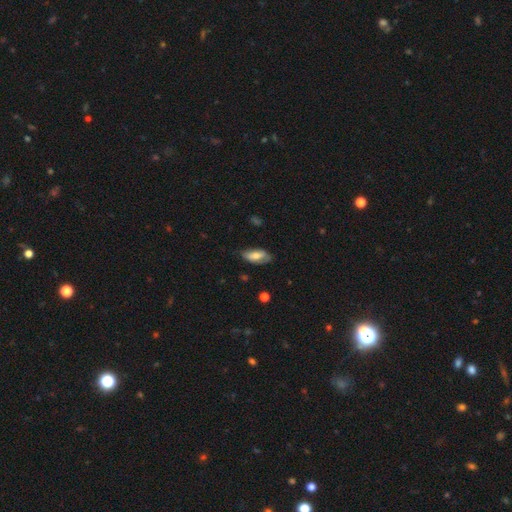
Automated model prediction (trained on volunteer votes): A smooth galaxy with no disk features (59%) that is in between round and cigar-shaped (87%).

Vote fractions:
- Smooth or featured? smooth: 59% / featured or disk: 35% / star or artifact: 7%
- How rounded? in between: 87% / cigar-shaped: 10% / round: 3%
- Merging? none: 68% / minor disturbance: 25% / major disturbance: 6% / merger: 2%